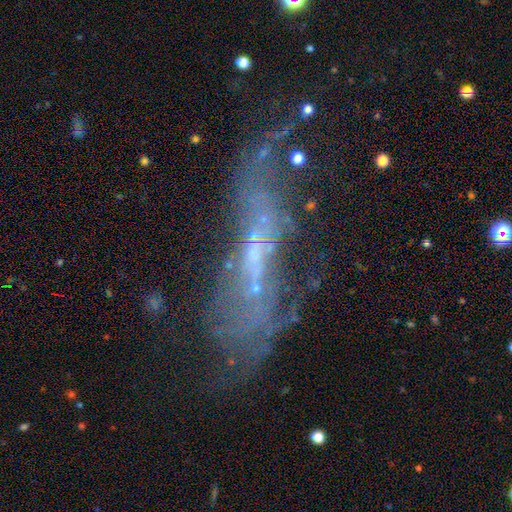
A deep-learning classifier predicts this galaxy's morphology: Smooth or featured? featured or disk (63%)
Edge-on disk? no (61%)
Merging? none (45%)